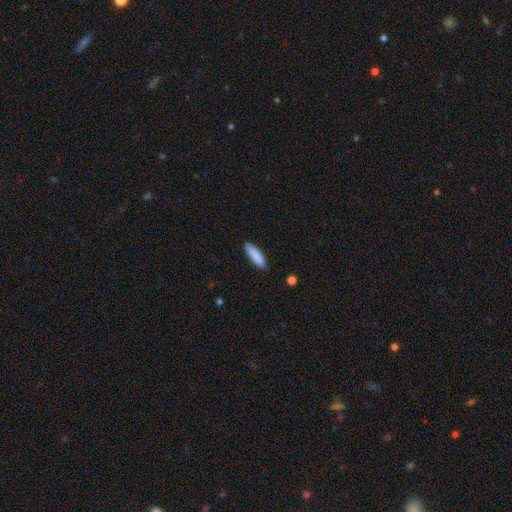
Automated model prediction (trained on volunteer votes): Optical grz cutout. It shows a smooth galaxy with no disk features (87%) that is cigar-shaped (73%). Merging: none (87%).